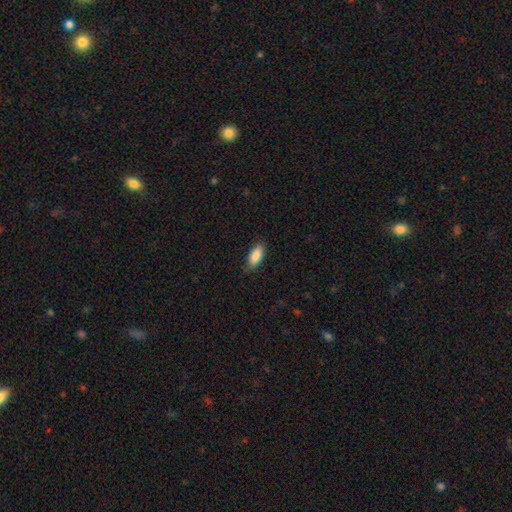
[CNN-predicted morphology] Smooth or featured? Predicted: smooth (p=0.87). How rounded? Predicted: in between (p=0.86). Merging? Predicted: none (p=0.81).